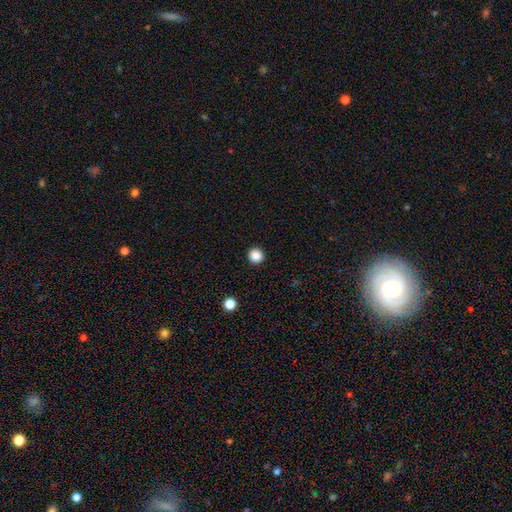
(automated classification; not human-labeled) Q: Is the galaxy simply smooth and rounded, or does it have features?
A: smooth — 87%.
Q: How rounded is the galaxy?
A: round — 94%.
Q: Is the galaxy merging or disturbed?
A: none — 93%.